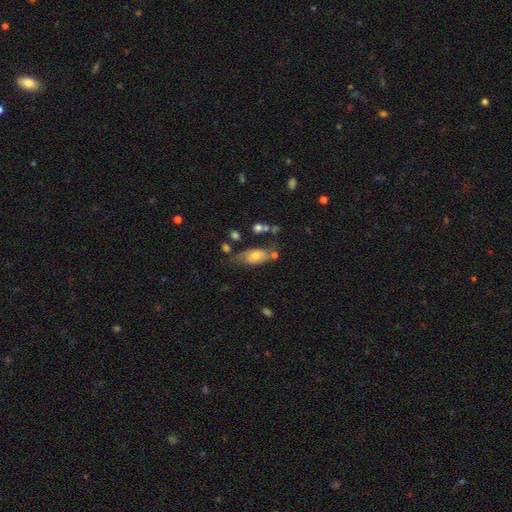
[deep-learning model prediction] Overall: smooth (59%; featured or disk 33%). How rounded: in between (87%). Merging: none (47%; minor disturbance 27%).